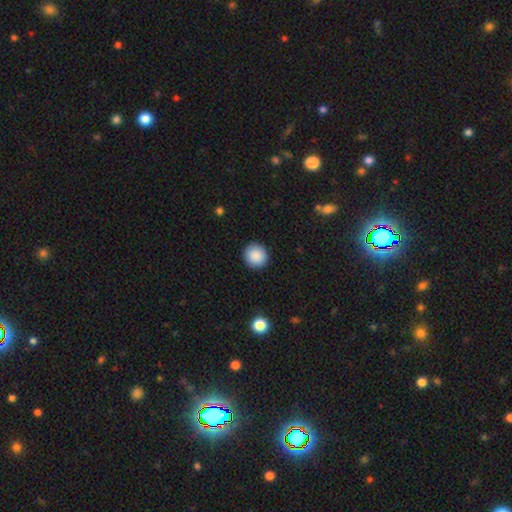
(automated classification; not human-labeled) Morphology: type=smooth (89%); roundness=round (94%); merging=none (92%).